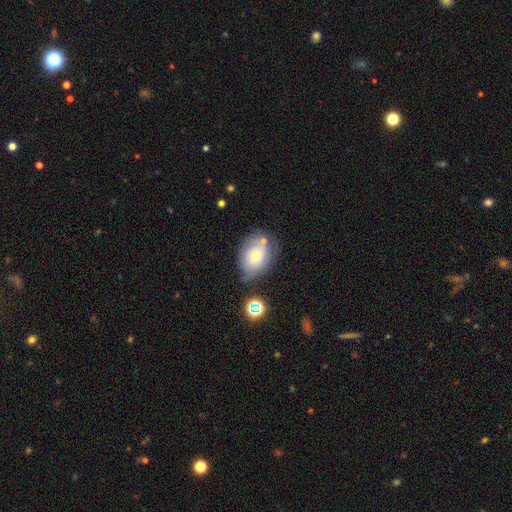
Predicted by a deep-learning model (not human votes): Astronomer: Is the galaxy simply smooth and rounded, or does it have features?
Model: smooth — 61%.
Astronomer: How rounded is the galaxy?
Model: in between — 70%.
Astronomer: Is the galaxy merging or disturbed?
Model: none — 57%.